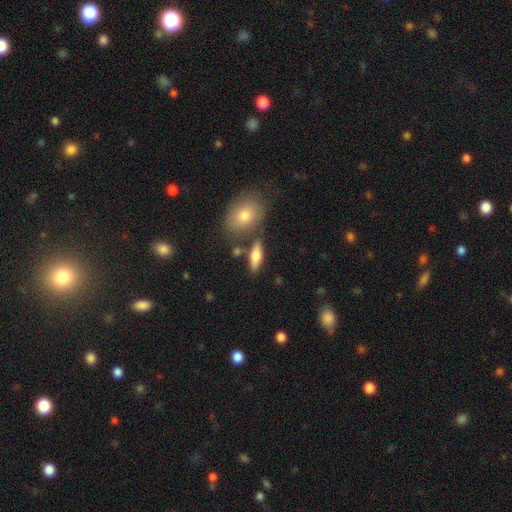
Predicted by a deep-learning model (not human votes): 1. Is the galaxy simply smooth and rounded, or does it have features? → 70% smooth, 23% featured or disk, 7% star or artifact.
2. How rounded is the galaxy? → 64% in between, 30% cigar-shaped, 5% round.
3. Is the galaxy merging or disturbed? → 71% none, 13% minor disturbance, 11% merger, 4% major disturbance.